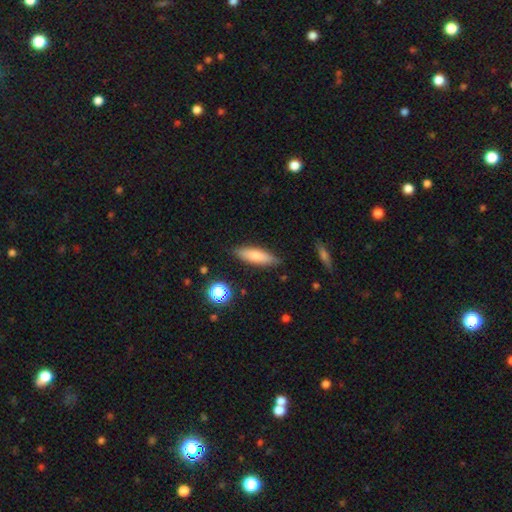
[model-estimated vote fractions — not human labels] The model was most divided on "how rounded": cigar-shaped: 57%, in between: 41%, round: 2%. More confident: merging — none (85%); smooth or featured — smooth (75%).